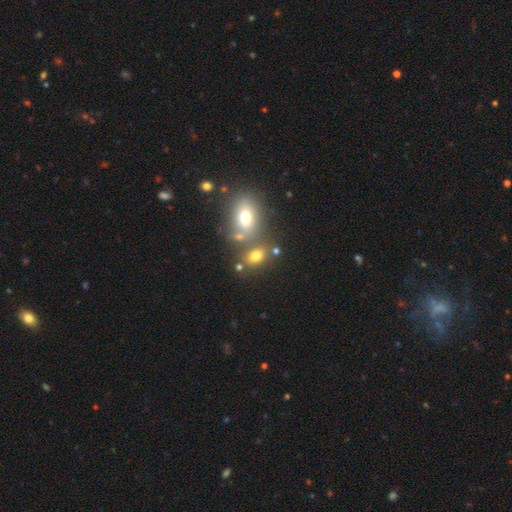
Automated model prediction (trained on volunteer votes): The model was most divided on "merging": none: 54%, merger: 29%, minor disturbance: 12%, major disturbance: 5%. More confident: smooth or featured — smooth (72%); how rounded — in between (69%).